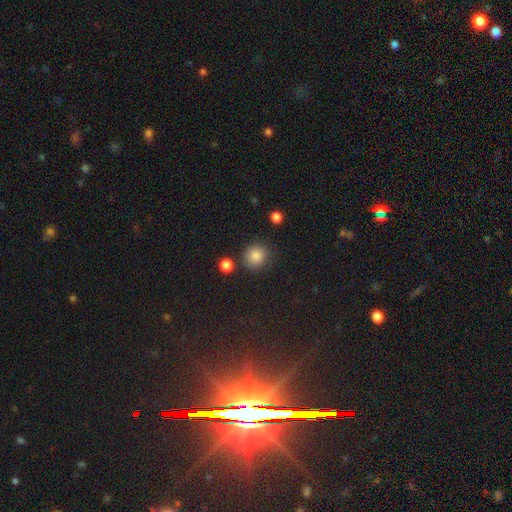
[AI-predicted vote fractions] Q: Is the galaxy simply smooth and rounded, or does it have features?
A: smooth — 84%.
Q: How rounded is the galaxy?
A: round — 86%.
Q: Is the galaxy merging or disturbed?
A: none — 80%.